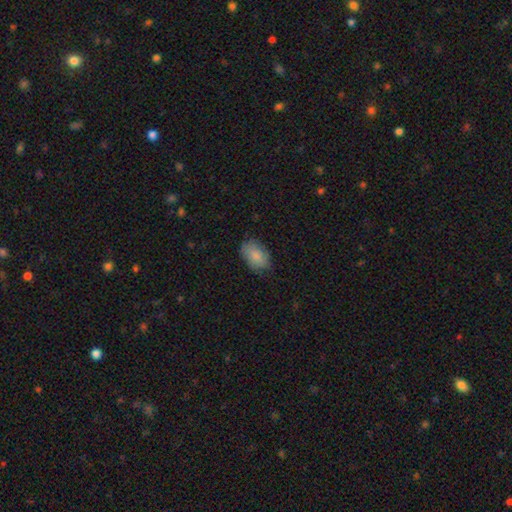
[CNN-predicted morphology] smooth 84%, featured or disk 9%, star or artifact 6%. Down the decision tree: how rounded — in between (88%); merging — none (76%).